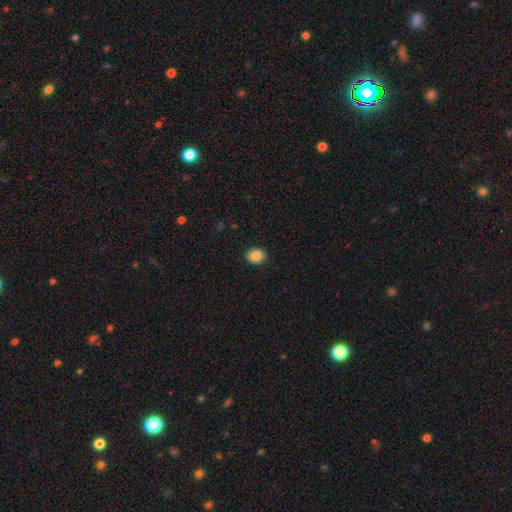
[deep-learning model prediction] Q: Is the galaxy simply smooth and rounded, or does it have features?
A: smooth — 87%.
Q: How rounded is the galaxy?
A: in between — 57%.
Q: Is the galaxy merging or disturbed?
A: none — 90%.